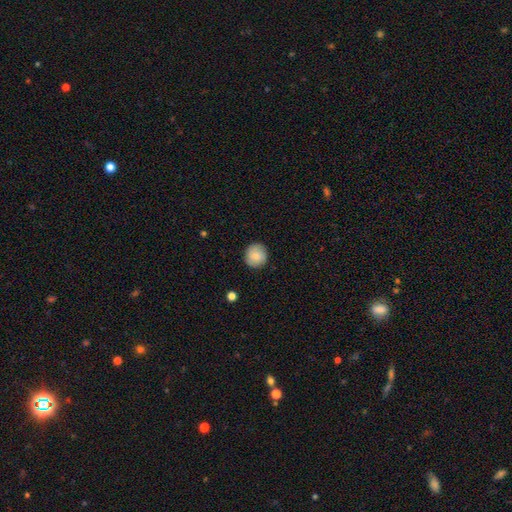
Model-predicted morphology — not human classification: Overall: smooth (83%). How rounded: round (90%). Merging: none (88%).